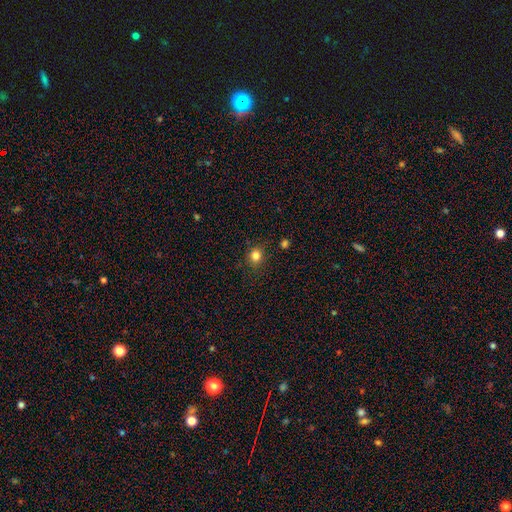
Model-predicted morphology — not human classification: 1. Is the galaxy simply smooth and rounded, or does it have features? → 83% smooth, 13% star or artifact, 5% featured or disk.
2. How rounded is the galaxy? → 80% round, 19% in between, 1% cigar-shaped.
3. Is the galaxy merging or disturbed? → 85% none, 10% minor disturbance, 3% major disturbance, 2% merger.